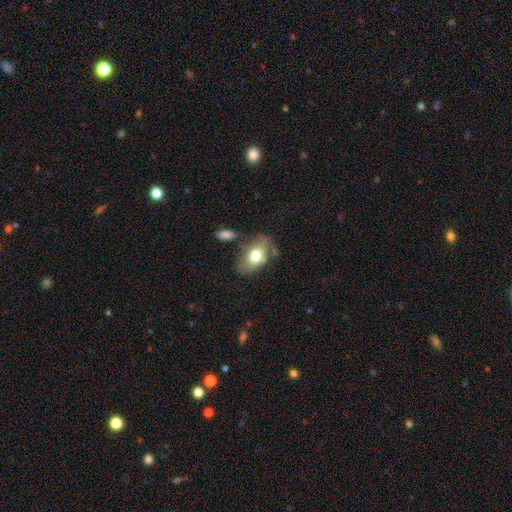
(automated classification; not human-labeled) smooth 68%, featured or disk 24%, star or artifact 8%. Down the decision tree: how rounded — in between (88%); merging — none (58%).